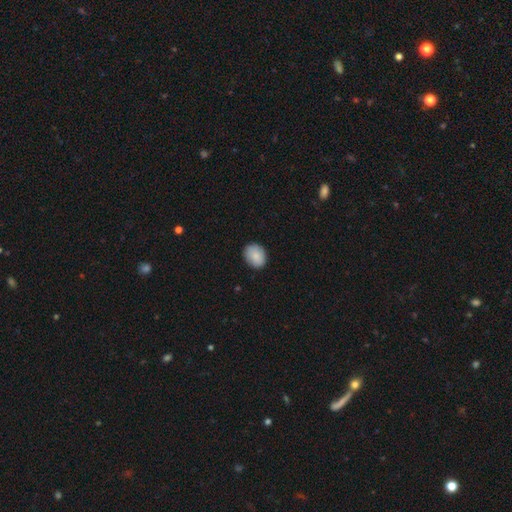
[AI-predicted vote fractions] Morphology: type=smooth (87%); roundness=in between (50%); merging=none (85%).